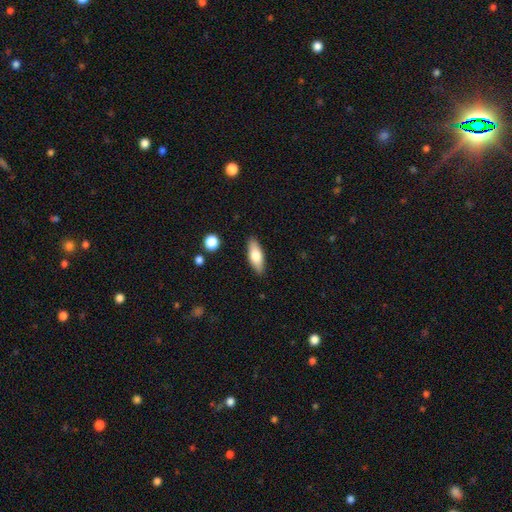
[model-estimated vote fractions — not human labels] Q: Smooth or featured?
A: smooth (70%); runner-up: featured or disk (23%)
Q: How rounded?
A: in between (69%); runner-up: cigar-shaped (28%)
Q: Merging?
A: none (87%); runner-up: minor disturbance (9%)